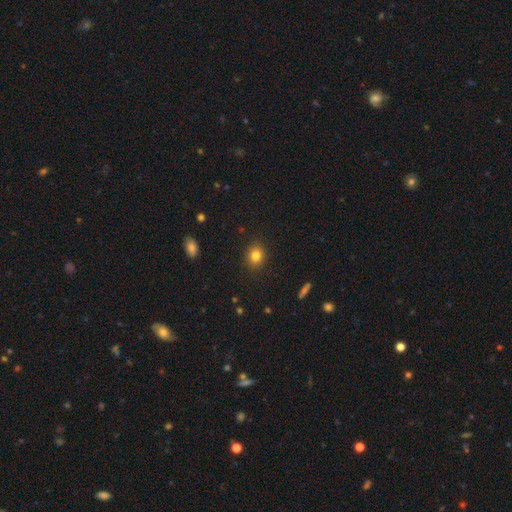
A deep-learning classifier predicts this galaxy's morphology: Q: Smooth or featured?
A: smooth (82%); runner-up: star or artifact (11%)
Q: How rounded?
A: round (67%); runner-up: in between (31%)
Q: Merging?
A: none (89%); runner-up: minor disturbance (8%)